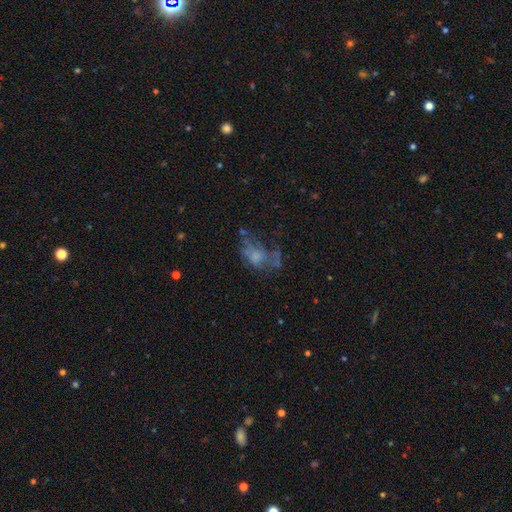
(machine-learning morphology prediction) Smooth or featured? featured or disk (51%)
Edge-on disk? no (97%)
Merging? major disturbance (37%, tied with none)